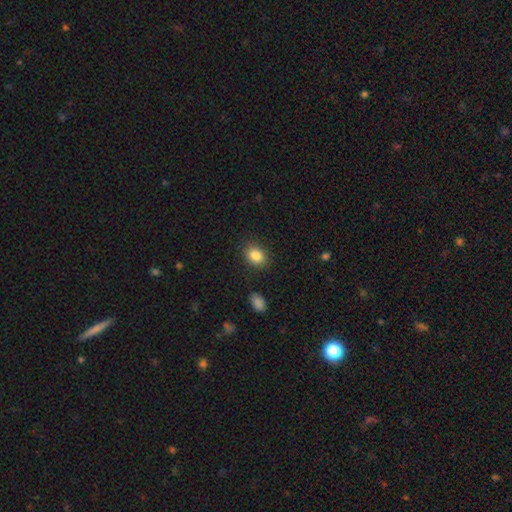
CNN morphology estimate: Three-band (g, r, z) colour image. It shows a smooth galaxy with no disk features (86%) that is in between round and cigar-shaped (61%). Merging: none (86%).